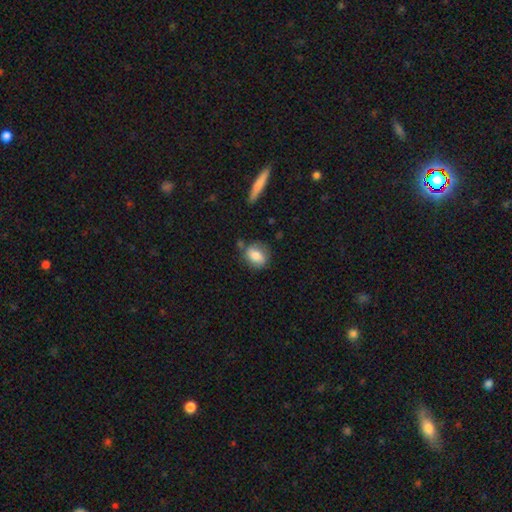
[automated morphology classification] smooth-or-featured: smooth: 77% | featured or disk: 15% | star or artifact: 8%
  how-rounded: in between: 52% | round: 45% | cigar-shaped: 3%
  merging: none: 67% | minor disturbance: 20% | merger: 7% | major disturbance: 6%